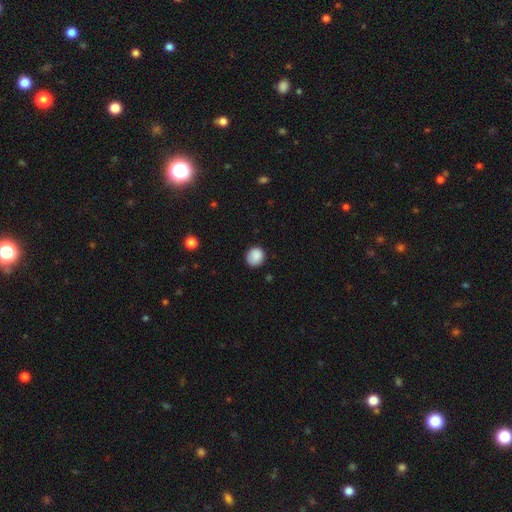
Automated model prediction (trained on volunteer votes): Q: Smooth or featured?
A: smooth (88%); runner-up: star or artifact (8%)
Q: How rounded?
A: round (85%); runner-up: in between (14%)
Q: Merging?
A: none (85%); runner-up: minor disturbance (12%)